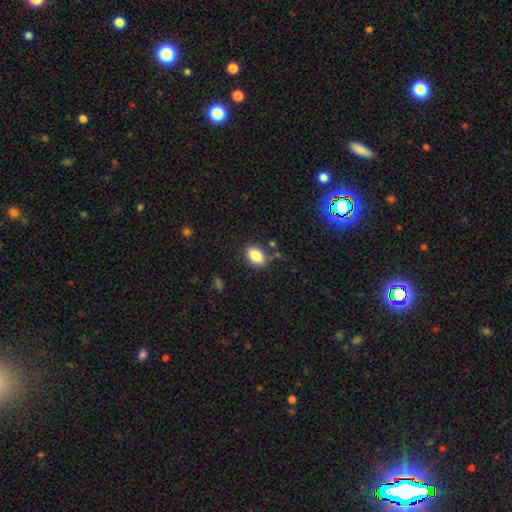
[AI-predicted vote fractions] Morphology: type=smooth (85%); roundness=in between (81%); merging=none (80%).